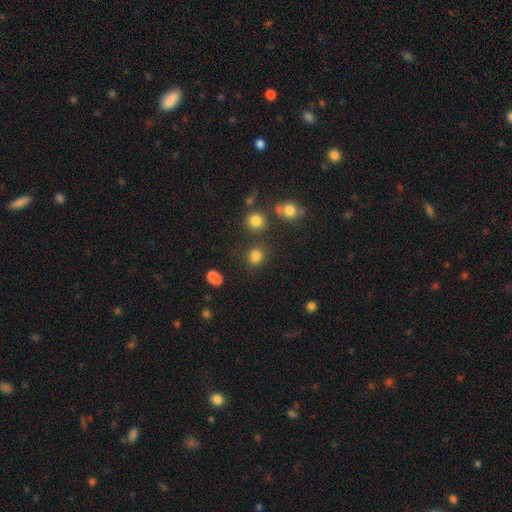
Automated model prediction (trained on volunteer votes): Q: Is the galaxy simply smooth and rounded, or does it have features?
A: smooth — 79%.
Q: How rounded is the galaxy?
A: round — 75%.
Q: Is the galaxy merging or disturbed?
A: none — 75%.